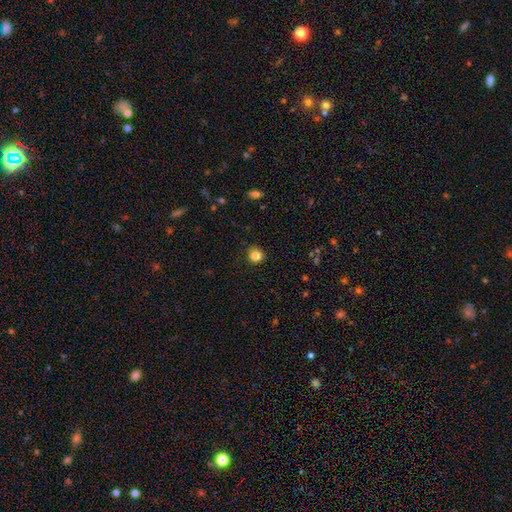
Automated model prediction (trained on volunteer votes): Smooth or featured? Predicted: smooth (p=0.85). How rounded? Predicted: round (p=0.86). Merging? Predicted: none (p=0.86).